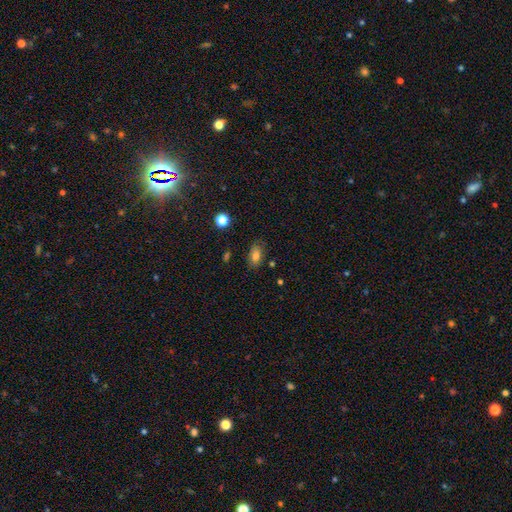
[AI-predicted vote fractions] Smooth or featured? smooth (79%)
How rounded? in between (87%)
Merging? none (81%)